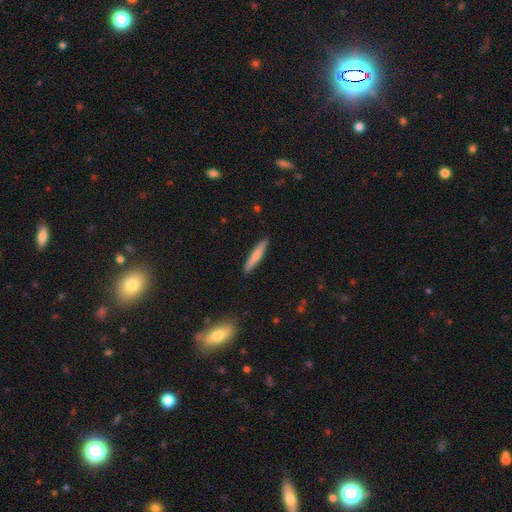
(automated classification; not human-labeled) A smooth galaxy with no disk features (70%) that is cigar-shaped (93%).

Vote fractions:
- Smooth or featured? smooth: 70% / featured or disk: 24% / star or artifact: 6%
- How rounded? cigar-shaped: 93% / in between: 6% / round: 1%
- Merging? none: 91% / minor disturbance: 7% / major disturbance: 1% / merger: 1%